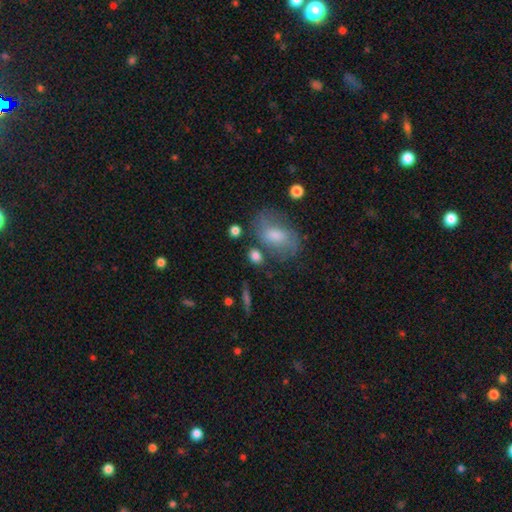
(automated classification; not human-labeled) Smooth or featured?
  - smooth: 77% *
  - featured or disk: 13%
  - star or artifact: 10%
How rounded?
  - in between: 63% *
  - round: 34%
  - cigar-shaped: 3%
Merging?
  - none: 63% *
  - minor disturbance: 17%
  - merger: 11%
  - major disturbance: 8%